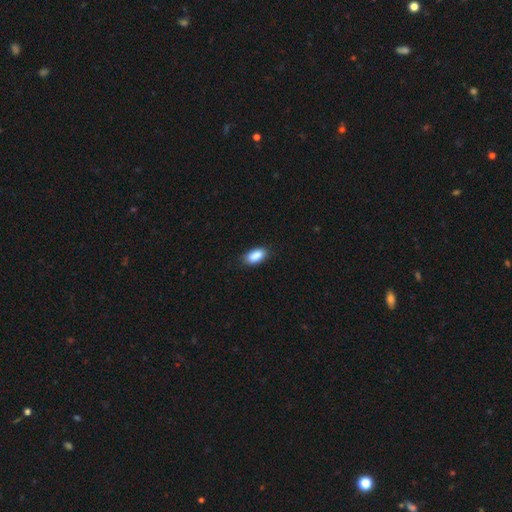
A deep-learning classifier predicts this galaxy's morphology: The model was most divided on "merging": none: 83%, minor disturbance: 14%, major disturbance: 2%, merger: 1%. More confident: how rounded — in between (91%); smooth or featured — smooth (89%).